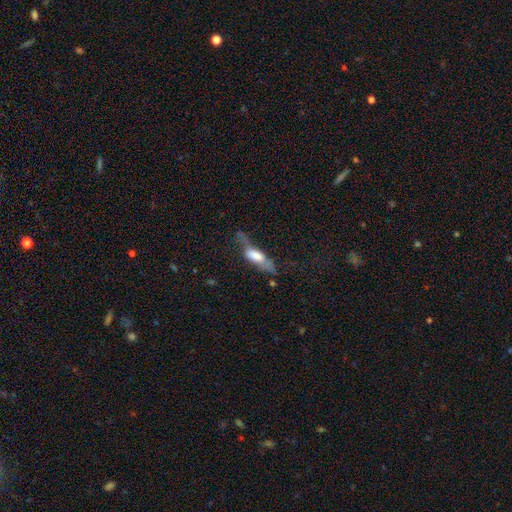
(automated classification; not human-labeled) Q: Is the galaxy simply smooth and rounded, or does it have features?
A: smooth — 49%.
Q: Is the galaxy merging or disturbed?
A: major disturbance — 34%, tied with none.